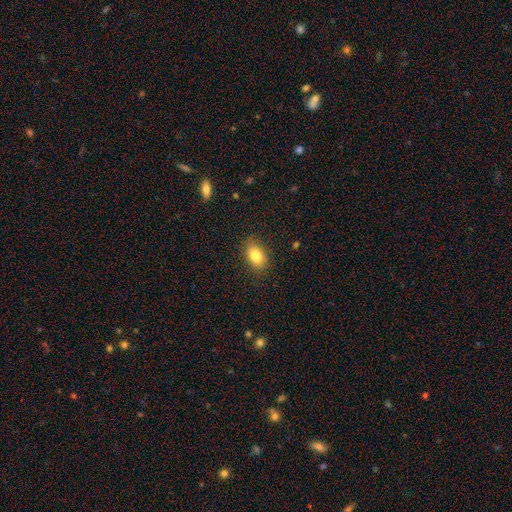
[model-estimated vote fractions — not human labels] Morphology: type=smooth (83%); roundness=in between (83%); merging=none (85%).